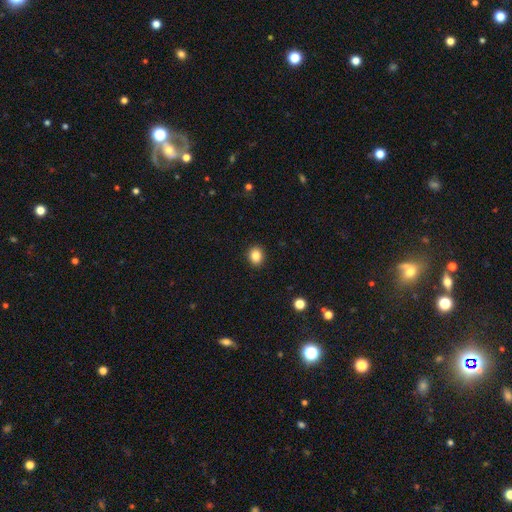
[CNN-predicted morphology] Smooth or featured: smooth — 86% (star or artifact — 10%)
How rounded: round — 58% (in between — 42%)
Merging: none — 91% (minor disturbance — 6%)